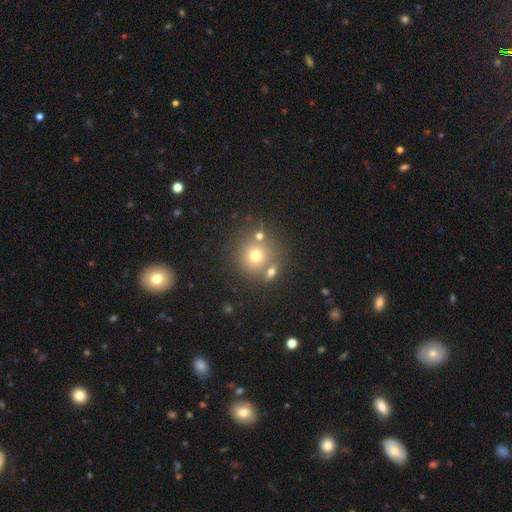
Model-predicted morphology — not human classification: smooth_or_featured: smooth (p=0.69) [alt: star or artifact p=0.16]
how_rounded: round (p=0.90) [alt: in between p=0.09]
merging: none (p=0.65) [alt: merger p=0.21]